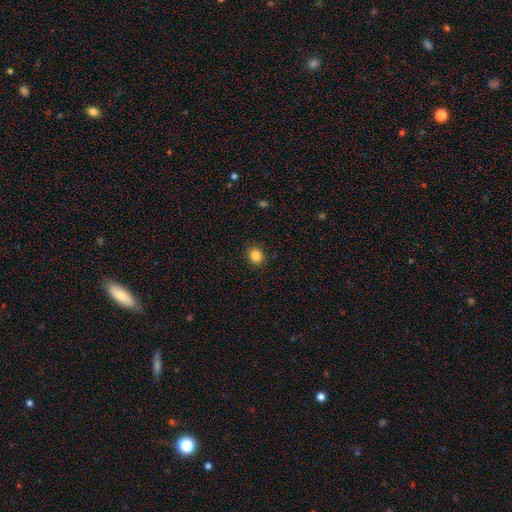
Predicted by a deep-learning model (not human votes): Overall: smooth (85%). How rounded: round (72%). Merging: none (90%).